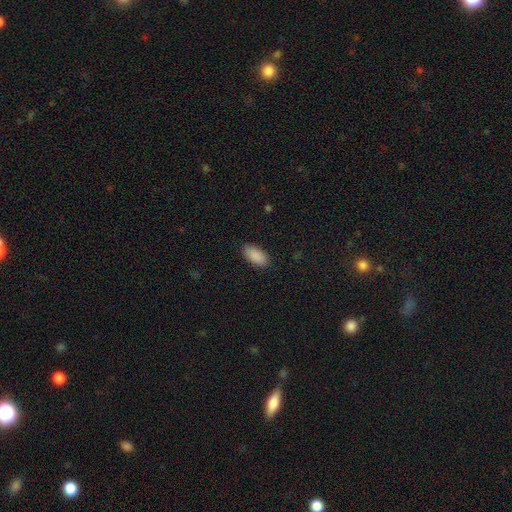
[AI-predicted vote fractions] A smooth galaxy with no disk features (90%) that is in between round and cigar-shaped (92%). Merging: none (88%).